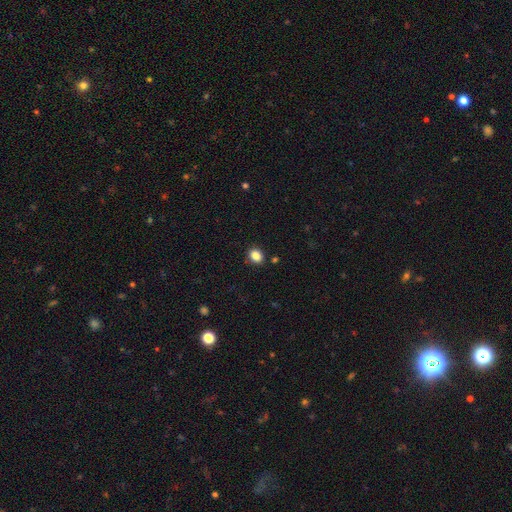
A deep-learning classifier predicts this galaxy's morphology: smooth 86%, star or artifact 10%, featured or disk 4%. Down the decision tree: how rounded — in between (52%); merging — none (87%).